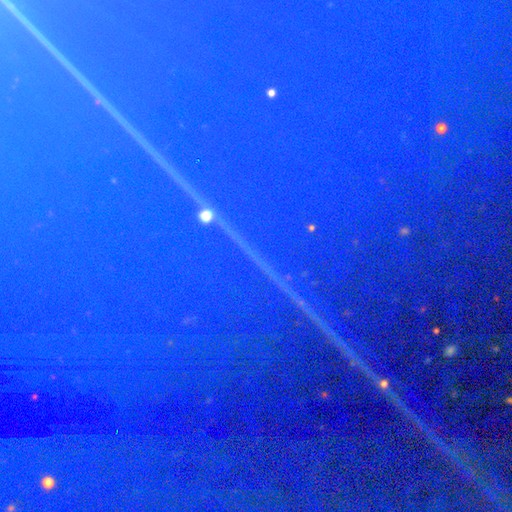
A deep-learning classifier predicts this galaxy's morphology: smooth_or_featured: star or artifact (p=0.83) [alt: featured or disk p=0.11]